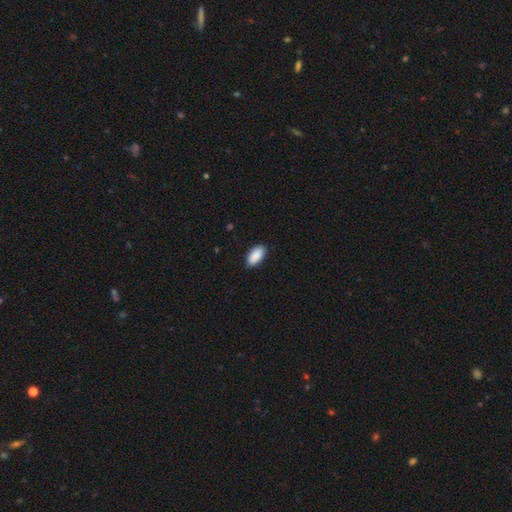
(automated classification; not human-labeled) This appears to be a smooth galaxy with no disk features (90%) that is in between round and cigar-shaped (94%). Merging: none (85%).